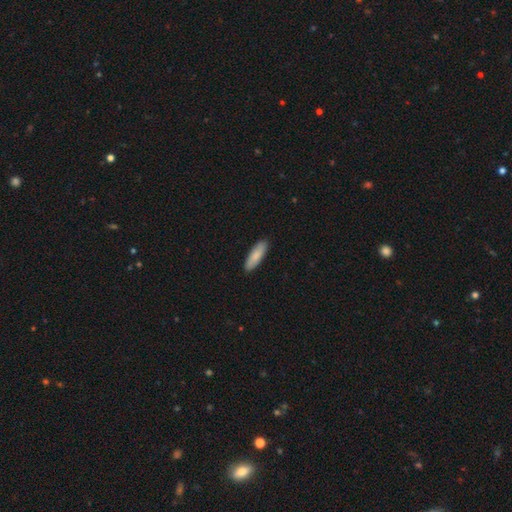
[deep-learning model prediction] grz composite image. It shows a smooth galaxy with no disk features (86%) that is cigar-shaped (53%). Merging: none (90%).